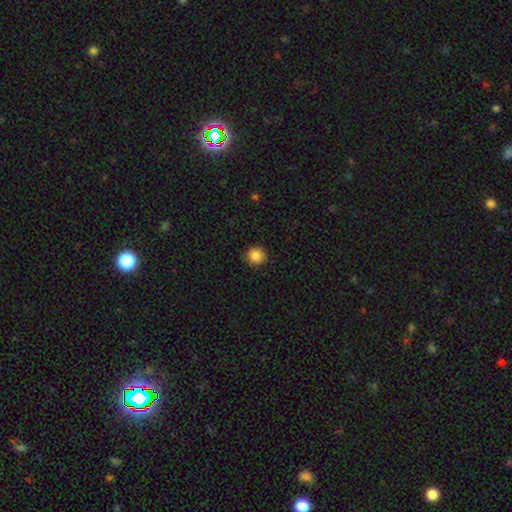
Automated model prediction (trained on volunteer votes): smooth 86%, star or artifact 10%, featured or disk 4%. Down the decision tree: how rounded — round (93%); merging — none (91%).